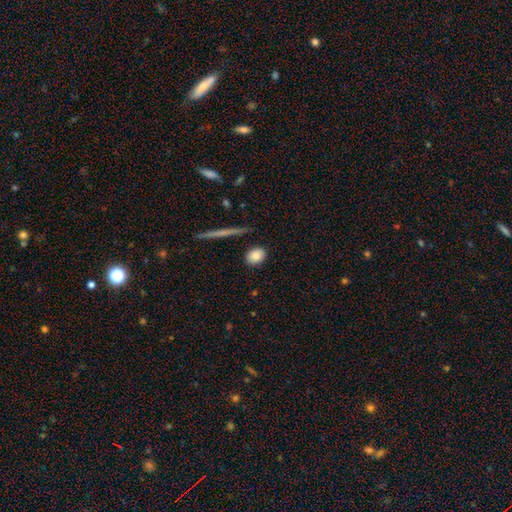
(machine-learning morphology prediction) smooth-or-featured: smooth: 85% | star or artifact: 8% | featured or disk: 8%
  how-rounded: in between: 57% | round: 40% | cigar-shaped: 3%
  merging: none: 87% | minor disturbance: 9% | major disturbance: 2% | merger: 2%